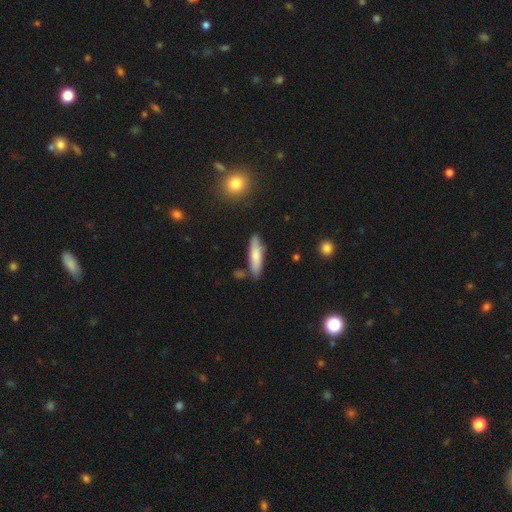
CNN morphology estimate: smooth 74%, featured or disk 20%, star or artifact 6%. Down the decision tree: how rounded — cigar-shaped (67%); merging — none (79%).